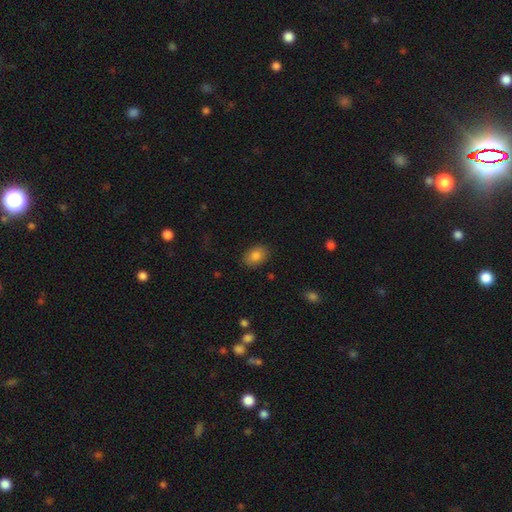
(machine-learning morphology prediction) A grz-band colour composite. It shows a smooth galaxy with no disk features (83%) that is in between round and cigar-shaped (80%). Merging: none (87%).